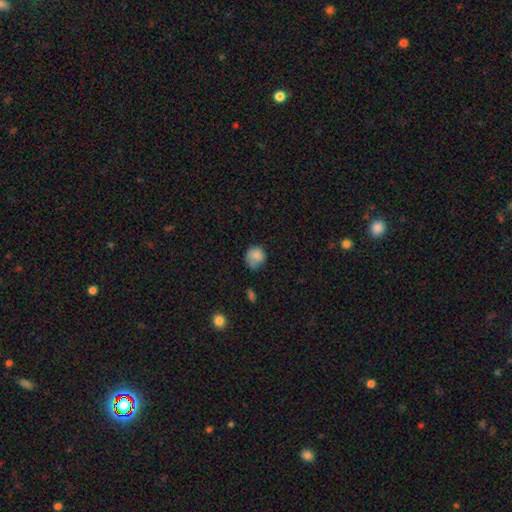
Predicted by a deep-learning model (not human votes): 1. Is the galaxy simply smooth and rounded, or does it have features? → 81% smooth, 11% featured or disk, 9% star or artifact.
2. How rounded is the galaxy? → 77% round, 22% in between, 1% cigar-shaped.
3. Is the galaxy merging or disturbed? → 50% none, 34% minor disturbance, 14% major disturbance, 2% merger.